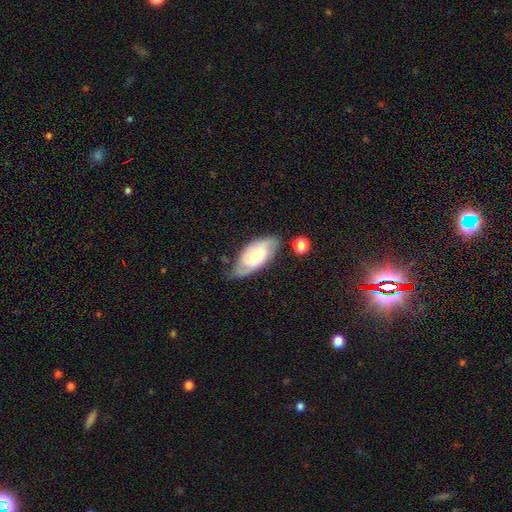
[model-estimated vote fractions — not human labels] smooth_or_featured: featured or disk (p=0.51) [alt: smooth p=0.42]
disk_edge_on: no (p=0.89) [alt: yes p=0.11]
merging: none (p=0.59) [alt: minor disturbance p=0.29]